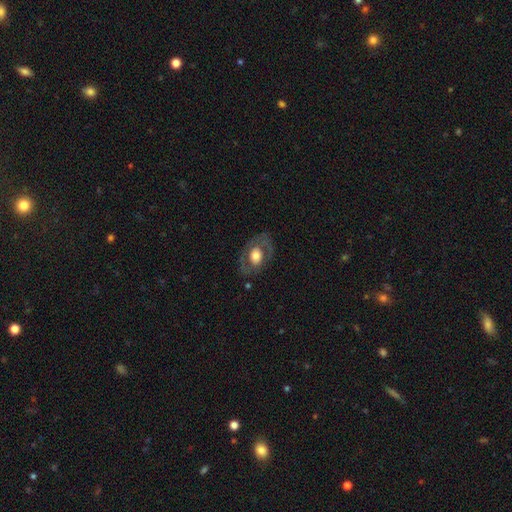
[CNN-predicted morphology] Q: Smooth or featured?
A: featured or disk (53%); runner-up: smooth (41%)
Q: Edge-on disk?
A: no (93%); runner-up: yes (7%)
Q: Merging?
A: none (72%); runner-up: minor disturbance (16%)